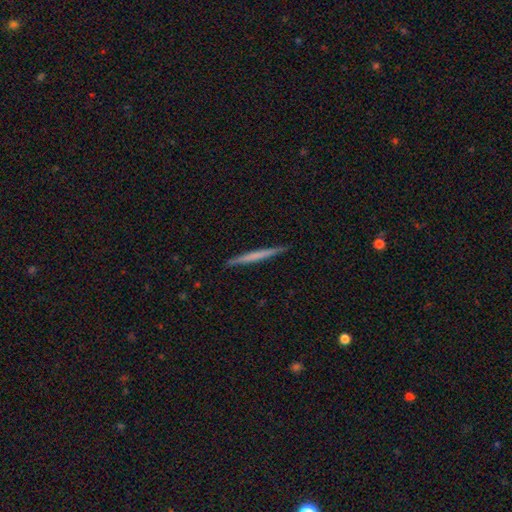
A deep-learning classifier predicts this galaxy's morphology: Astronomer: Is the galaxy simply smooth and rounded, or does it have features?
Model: smooth — 53% (runner-up: featured or disk, 42%).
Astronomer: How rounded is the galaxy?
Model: cigar-shaped — 97%.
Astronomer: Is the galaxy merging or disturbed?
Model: none — 91%.